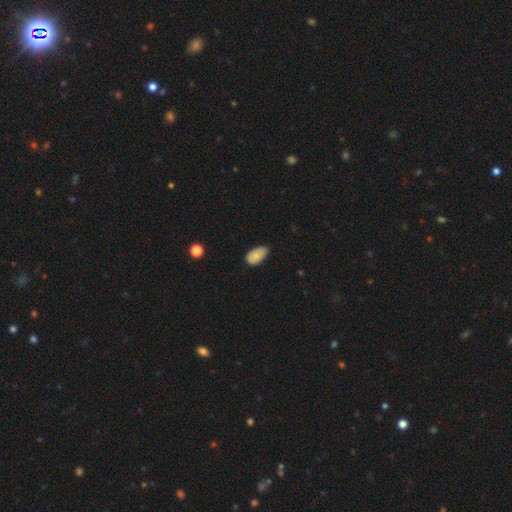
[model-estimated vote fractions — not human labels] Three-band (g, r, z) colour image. It shows a smooth galaxy with no disk features (80%) that is in between round and cigar-shaped (93%). Merging: none (55%).